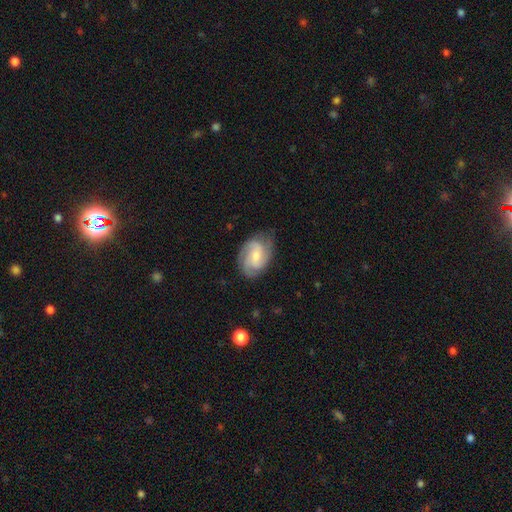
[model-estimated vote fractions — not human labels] This appears to be a featured or disk galaxy (75%) with no bar (48%), 3 (52%) medium (46%) spiral arms (96%) and a small central bulge (48%). Merging: none (73%).